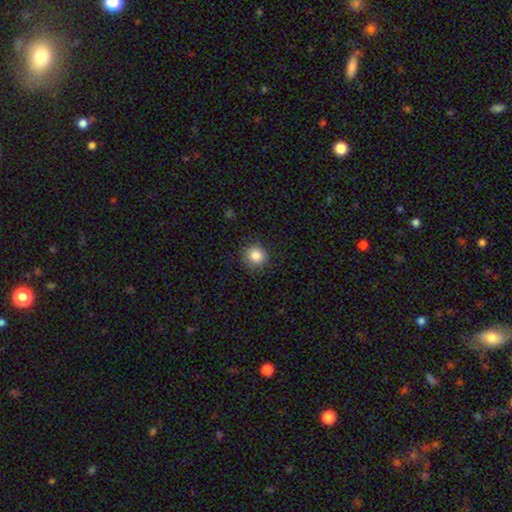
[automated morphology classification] A smooth galaxy with no disk features (85%) that is round (92%). Merging: none (88%).